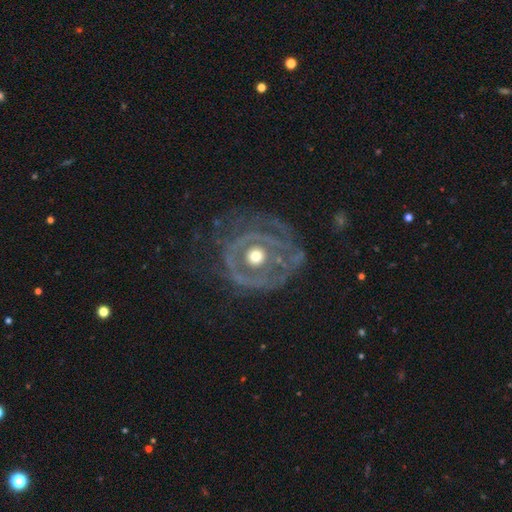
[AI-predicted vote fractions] Smooth or featured? Predicted: featured or disk (p=0.79). Edge-on disk? Predicted: no (p=0.96). Bar? Predicted: no (p=0.87). Spiral arms? Predicted: yes (p=0.55). Bulge size? Predicted: moderate (p=0.72). Merging? Predicted: none (p=0.58).